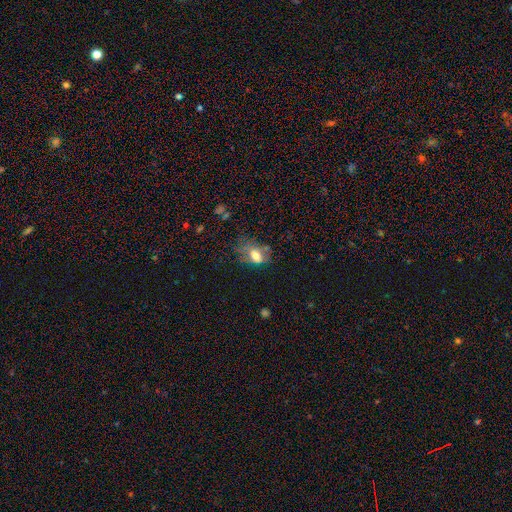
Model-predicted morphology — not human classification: The model was most divided on "merging": none: 38%, minor disturbance: 29%, major disturbance: 27%, merger: 5%. More confident: how rounded — in between (74%); smooth or featured — smooth (64%).